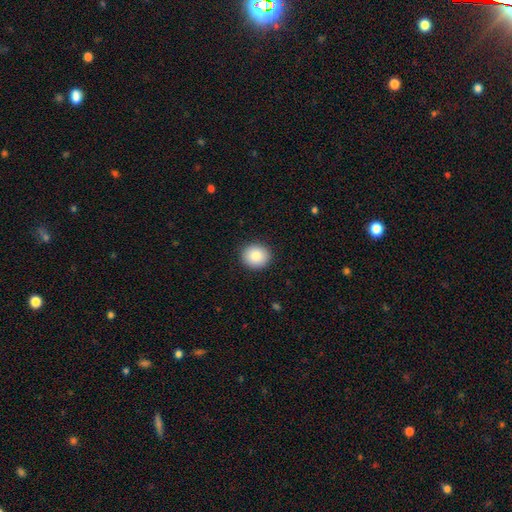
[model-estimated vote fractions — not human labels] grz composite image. It shows a smooth galaxy with no disk features (86%) that is round (84%). Merging: none (92%).